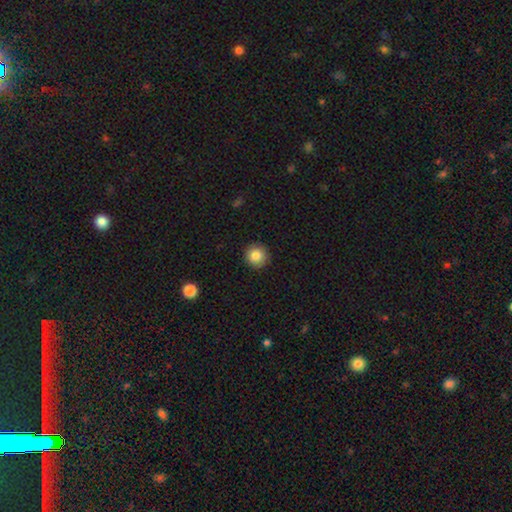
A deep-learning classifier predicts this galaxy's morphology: smooth_or_featured: smooth (p=0.85) [alt: star or artifact p=0.09]
how_rounded: round (p=0.95) [alt: in between p=0.04]
merging: none (p=0.91) [alt: minor disturbance p=0.06]